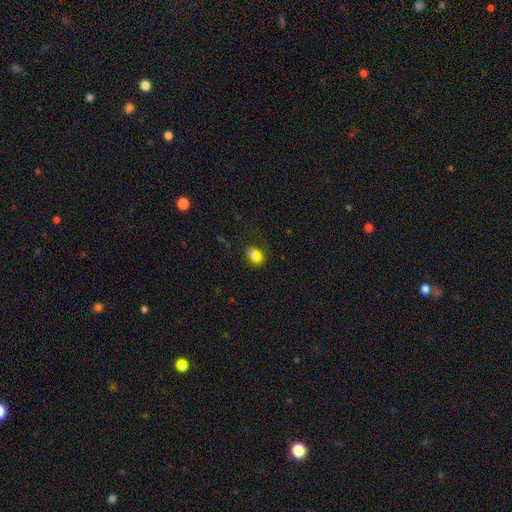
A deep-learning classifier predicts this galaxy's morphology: A smooth galaxy with no disk features (73%) that is in between round and cigar-shaped (56%).

Vote fractions:
- Smooth or featured? smooth: 73% / star or artifact: 18% / featured or disk: 10%
- How rounded? in between: 56% / round: 40% / cigar-shaped: 4%
- Merging? none: 57% / minor disturbance: 24% / major disturbance: 11% / merger: 8%